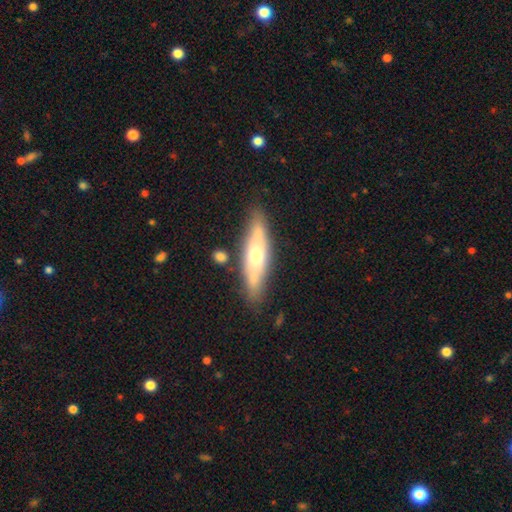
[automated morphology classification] This appears to be a featured or disk galaxy (50%) viewed edge-on (67%). Merging: none (78%).